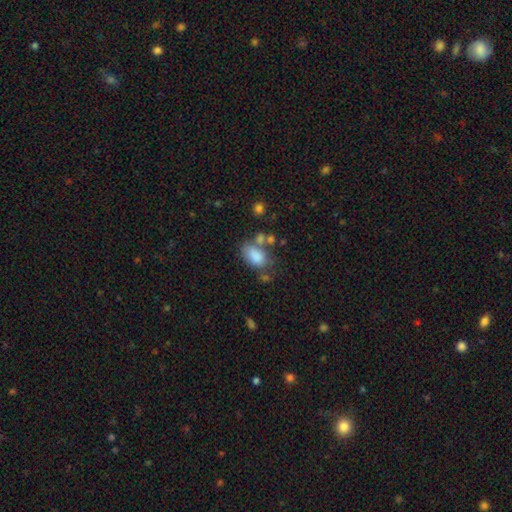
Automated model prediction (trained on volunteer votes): Smooth or featured?
  - smooth: 81% *
  - featured or disk: 10%
  - star or artifact: 9%
How rounded?
  - in between: 88% *
  - round: 11%
  - cigar-shaped: 1%
Merging?
  - none: 49% *
  - minor disturbance: 21%
  - merger: 20%
  - major disturbance: 11%